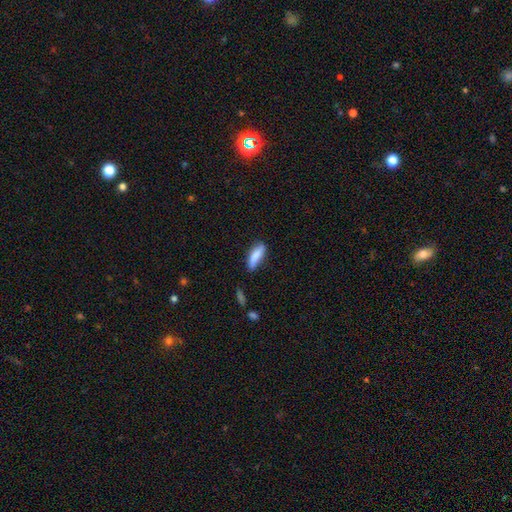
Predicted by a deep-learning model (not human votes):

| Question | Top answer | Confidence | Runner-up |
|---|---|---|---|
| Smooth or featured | smooth | 82% | featured or disk (12%) |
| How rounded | in between | 52% | cigar-shaped (46%) |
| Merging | none | 68% | minor disturbance (24%) |